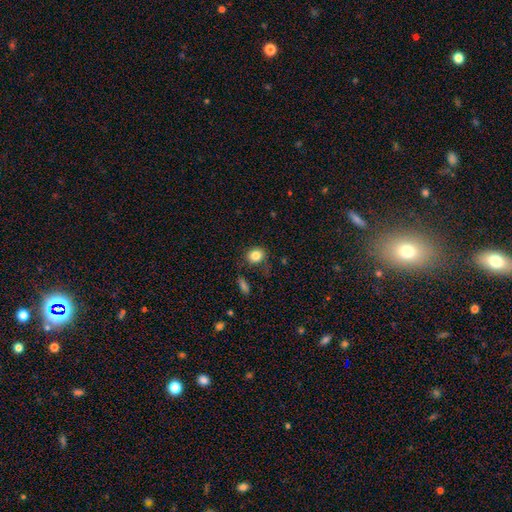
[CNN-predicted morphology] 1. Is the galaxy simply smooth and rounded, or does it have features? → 83% smooth, 10% star or artifact, 7% featured or disk.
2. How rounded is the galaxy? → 66% round, 33% in between, 1% cigar-shaped.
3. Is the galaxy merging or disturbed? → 77% none, 15% minor disturbance, 5% major disturbance, 3% merger.